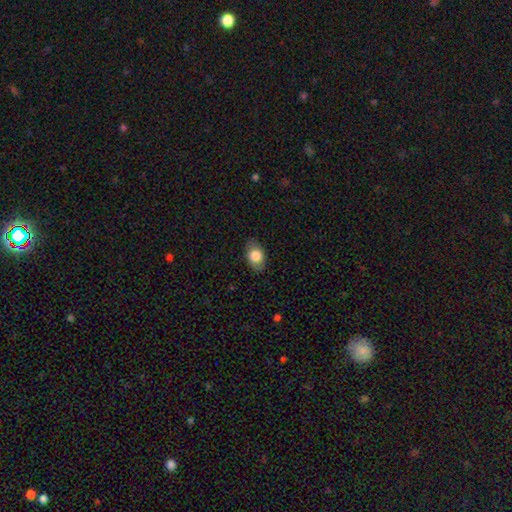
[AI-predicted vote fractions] Smooth or featured? Predicted: smooth (p=0.78). How rounded? Predicted: in between (p=0.86). Merging? Predicted: none (p=0.84).